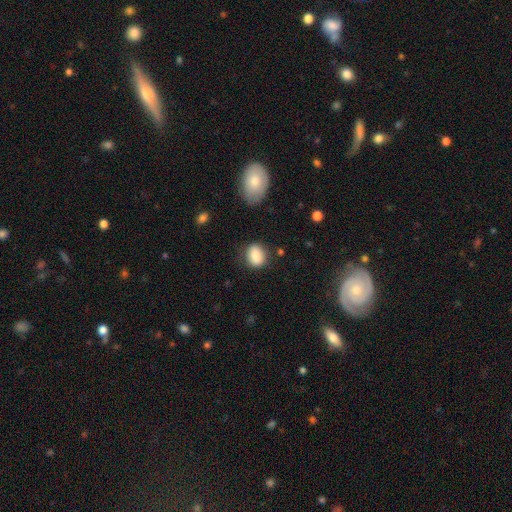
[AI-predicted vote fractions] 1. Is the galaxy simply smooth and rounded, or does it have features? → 84% smooth, 8% featured or disk, 8% star or artifact.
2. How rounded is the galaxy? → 51% round, 48% in between, 1% cigar-shaped.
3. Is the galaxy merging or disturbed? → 79% none, 15% minor disturbance, 4% major disturbance, 2% merger.